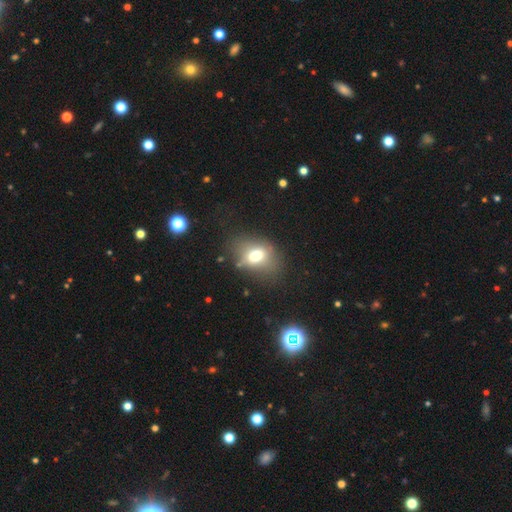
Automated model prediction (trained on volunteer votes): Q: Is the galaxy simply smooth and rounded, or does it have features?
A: smooth — 66%.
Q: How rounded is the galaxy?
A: in between — 68%.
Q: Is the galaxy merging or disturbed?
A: none — 66%.